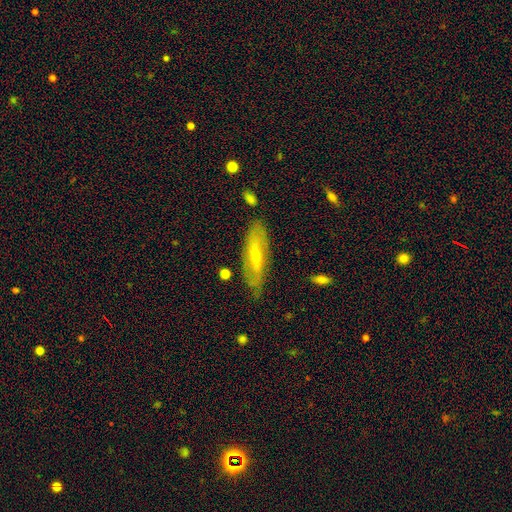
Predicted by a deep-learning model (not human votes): Smooth or featured? featured or disk (60%)
Edge-on disk? no (59%)
Merging? none (80%)